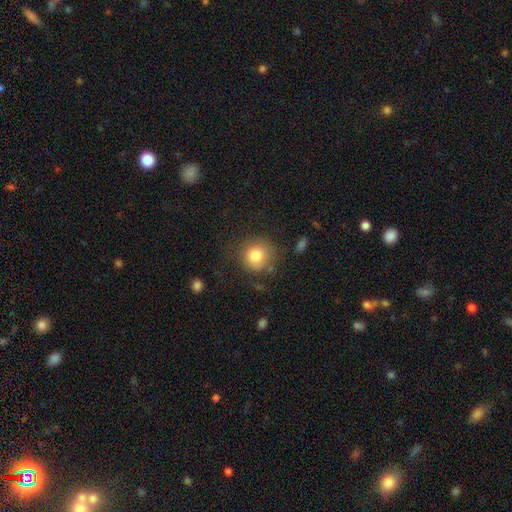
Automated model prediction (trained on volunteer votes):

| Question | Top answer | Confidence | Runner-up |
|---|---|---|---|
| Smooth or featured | smooth | 80% | star or artifact (10%) |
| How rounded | round | 90% | in between (10%) |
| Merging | none | 76% | minor disturbance (15%) |